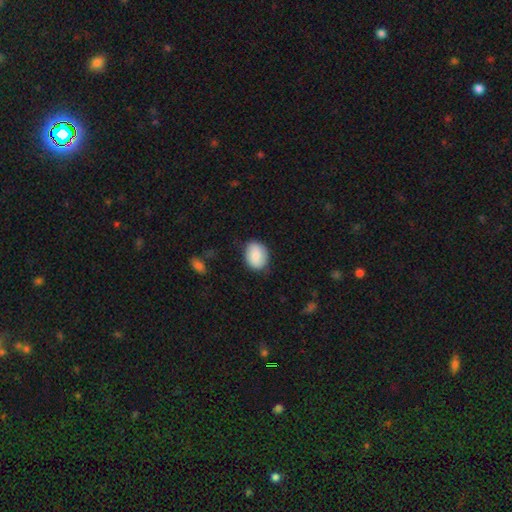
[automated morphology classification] The model was most divided on "how rounded": in between: 62%, round: 37%, cigar-shaped: 1%. More confident: smooth or featured — smooth (82%); merging — none (81%).